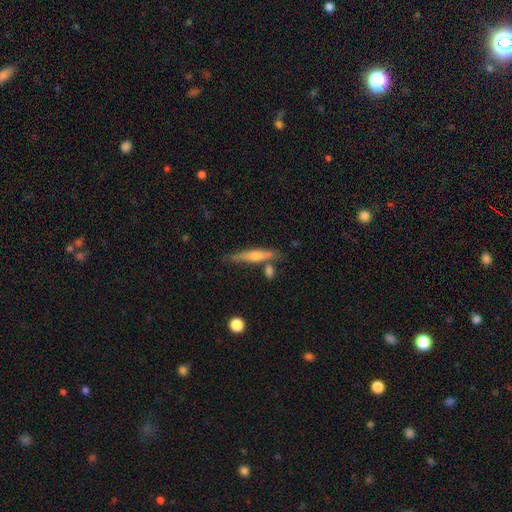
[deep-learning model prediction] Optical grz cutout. It shows a featured or disk galaxy (50%) viewed edge-on (94%). Merging: none (74%).